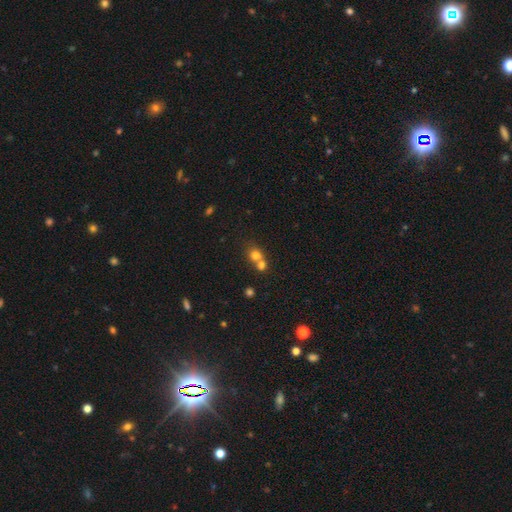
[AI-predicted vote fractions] Morphology: type=smooth (73%); roundness=round (77%); merging=merger (57%).